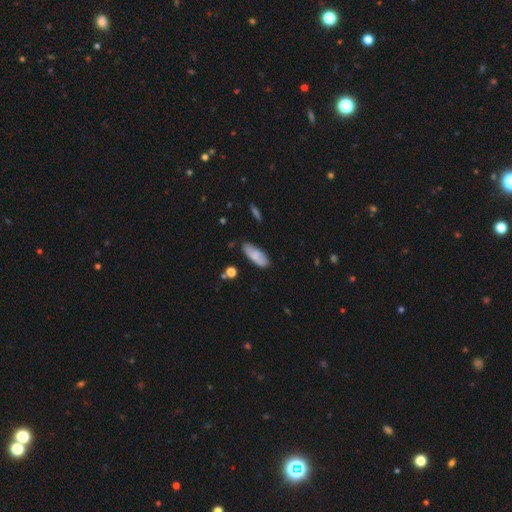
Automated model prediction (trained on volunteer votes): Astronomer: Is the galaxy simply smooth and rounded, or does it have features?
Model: smooth — 75%.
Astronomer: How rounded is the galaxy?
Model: in between — 75%.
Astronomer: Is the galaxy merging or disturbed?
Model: none — 70%.